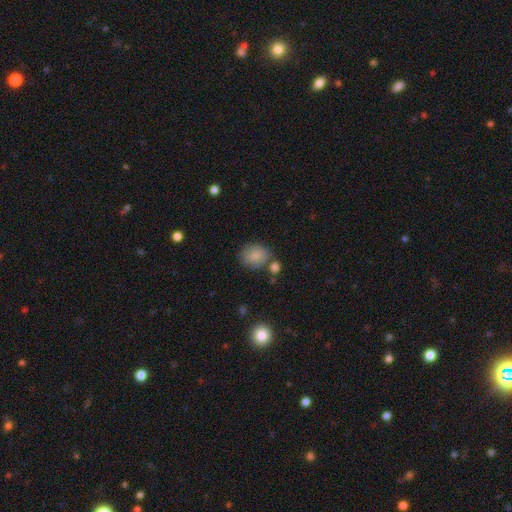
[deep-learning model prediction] A smooth galaxy with no disk features (72%) that is round (59%). Merging: none (63%).